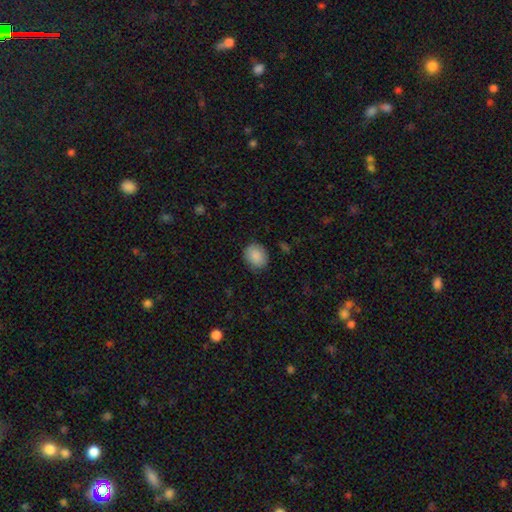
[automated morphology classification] A smooth galaxy with no disk features (88%) that is round (56%). Merging: none (83%).